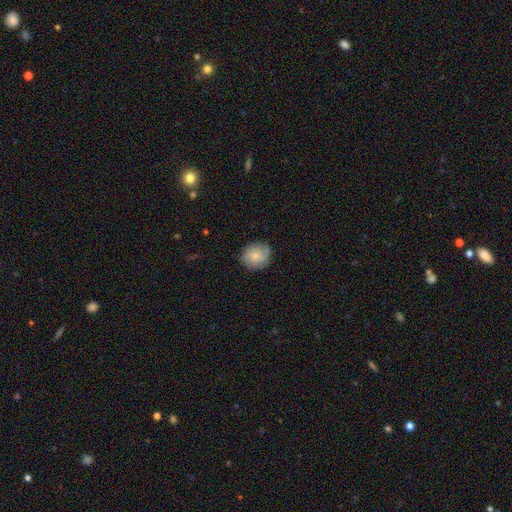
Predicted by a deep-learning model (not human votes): The model was most divided on "smooth or featured": smooth: 71%, featured or disk: 22%, star or artifact: 7%. More confident: how rounded — round (79%); merging — none (79%).